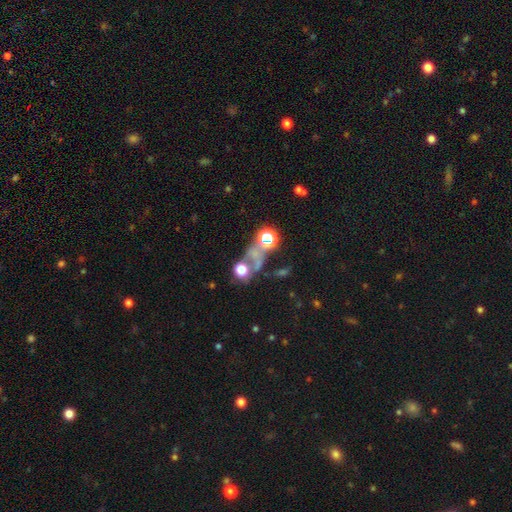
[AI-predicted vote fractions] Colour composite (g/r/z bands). It shows a star or artifact, not a galaxy (43%).